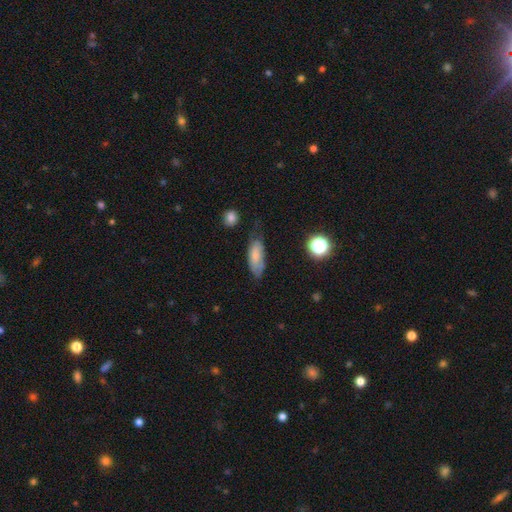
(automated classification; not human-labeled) The model was most divided on "merging": none: 52%, minor disturbance: 33%, major disturbance: 12%, merger: 3%. More confident: how rounded — in between (79%); smooth or featured — smooth (70%).